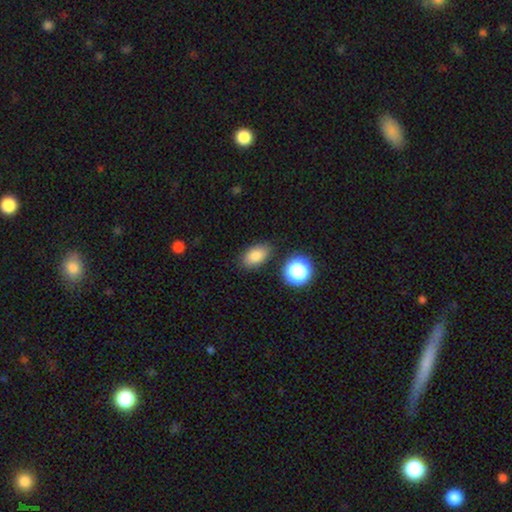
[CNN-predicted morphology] Q: Smooth or featured?
A: smooth (83%); runner-up: star or artifact (11%)
Q: How rounded?
A: in between (86%); runner-up: round (12%)
Q: Merging?
A: none (82%); runner-up: minor disturbance (11%)